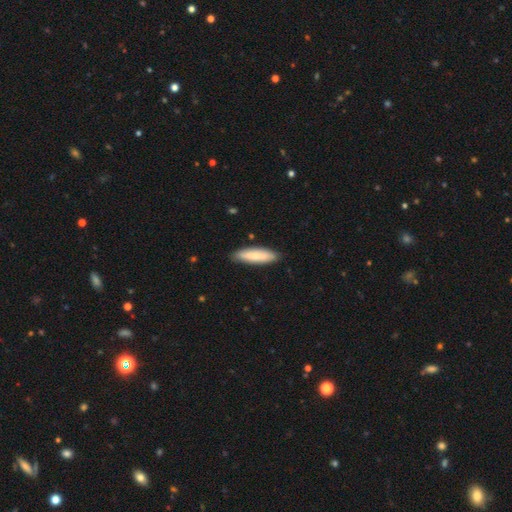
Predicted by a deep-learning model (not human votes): Smooth or featured?
  - smooth: 75% *
  - featured or disk: 20%
  - star or artifact: 5%
How rounded?
  - cigar-shaped: 61% *
  - in between: 37%
  - round: 2%
Merging?
  - none: 86% *
  - minor disturbance: 11%
  - major disturbance: 2%
  - merger: 1%